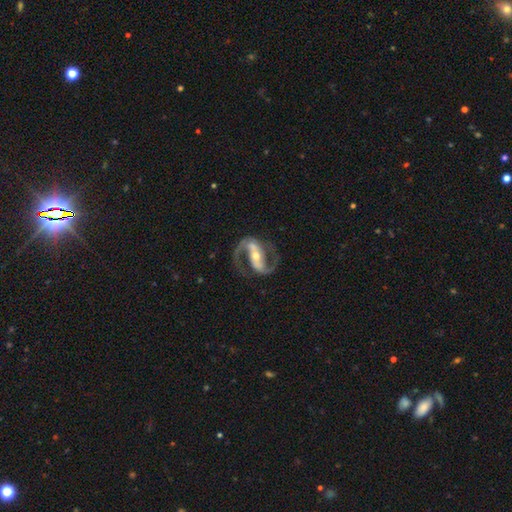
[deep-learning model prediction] featured or disk 91%, smooth 4%, star or artifact 4%. Down the decision tree: edge-on disk — no (97%); bar — strong (61%); spiral arms — yes (97%); spiral arm count — 2 (93%); spiral winding — medium (61%); bulge size — moderate (59%); merging — none (79%).